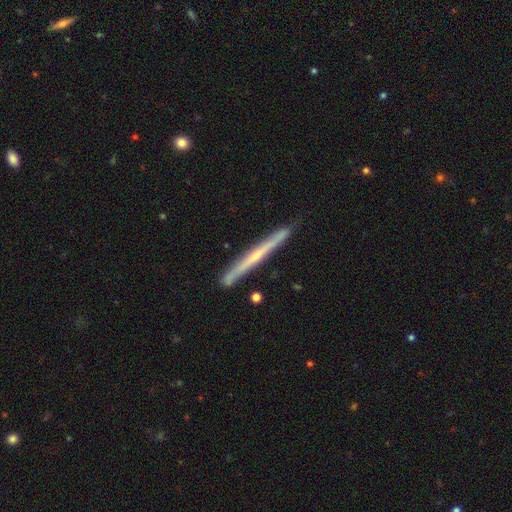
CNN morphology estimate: smooth_or_featured: featured or disk (p=0.70) [alt: smooth p=0.23]
disk_edge_on: yes (p=0.97) [alt: no p=0.03]
edge_on_bulge: rounded (p=0.56) [alt: none p=0.40]
merging: none (p=0.87) [alt: minor disturbance p=0.10]